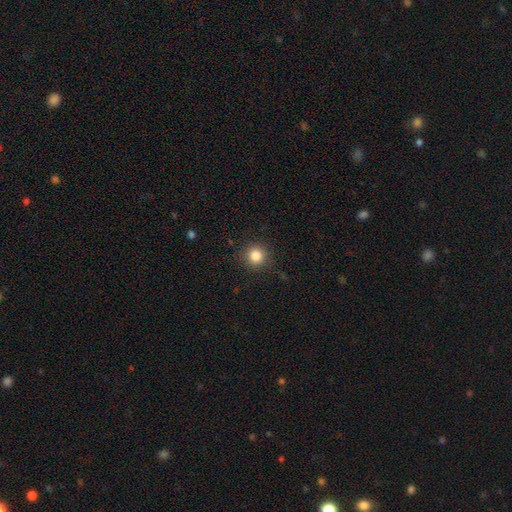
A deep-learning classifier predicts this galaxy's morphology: Smooth or featured: smooth — 83% (star or artifact — 12%)
How rounded: round — 93% (in between — 6%)
Merging: none — 88% (minor disturbance — 8%)